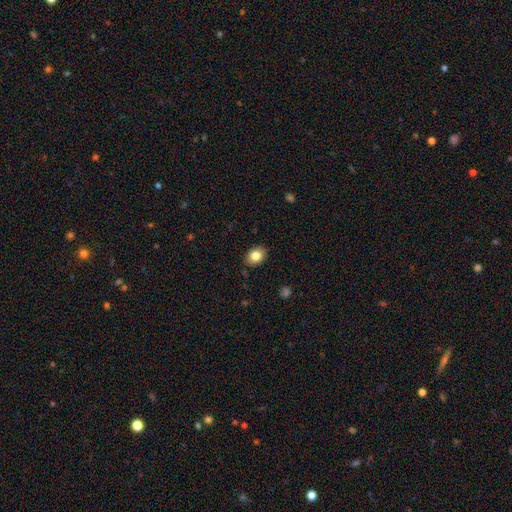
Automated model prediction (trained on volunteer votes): Overall: smooth (82%). How rounded: in between (65%; round 35%). Merging: none (87%).